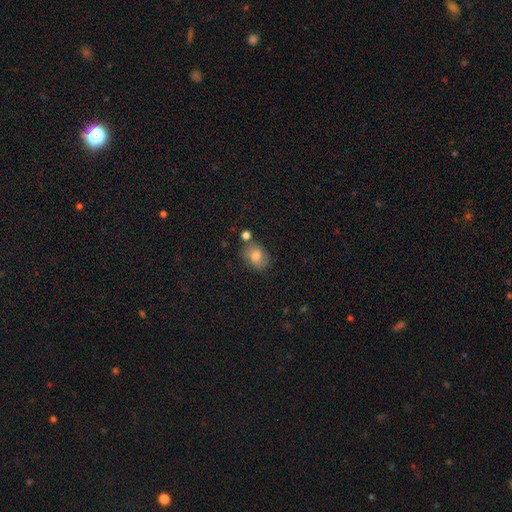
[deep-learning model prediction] Q: Smooth or featured?
A: smooth (70%); runner-up: featured or disk (19%)
Q: How rounded?
A: in between (62%); runner-up: round (37%)
Q: Merging?
A: none (66%); runner-up: minor disturbance (19%)